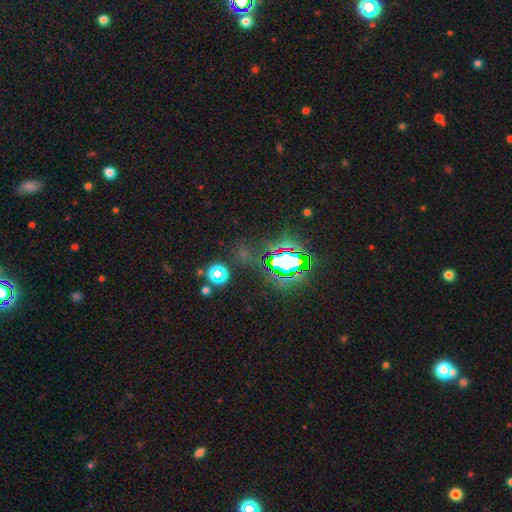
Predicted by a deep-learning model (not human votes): This is clearly a star or artifact rather than a galaxy (82%).